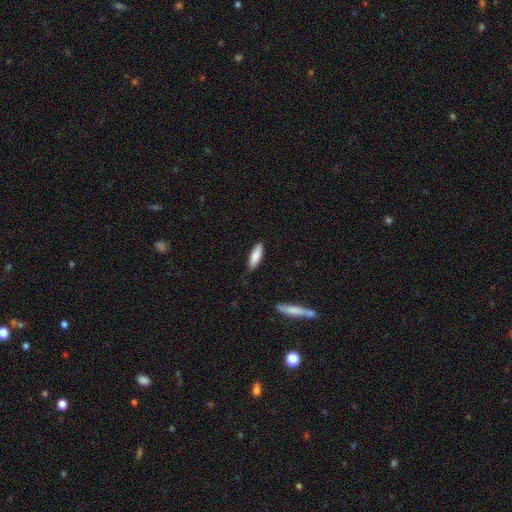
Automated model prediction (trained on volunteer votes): Morphology: type=smooth (84%); roundness=cigar-shaped (53%); merging=none (83%).